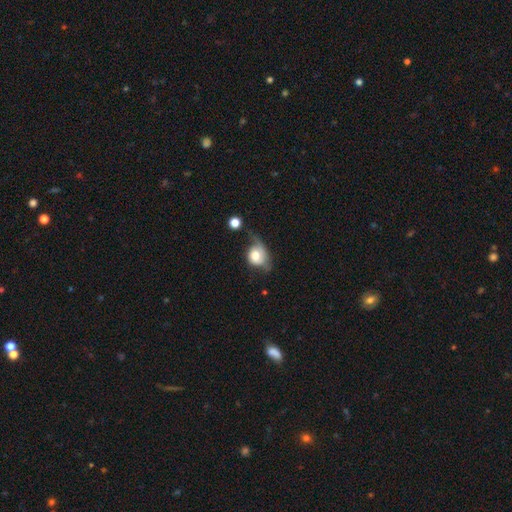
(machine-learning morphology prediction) smooth-or-featured: smooth: 62% | featured or disk: 30% | star or artifact: 8%
  how-rounded: round: 58% | in between: 41% | cigar-shaped: 1%
  merging: major disturbance: 40% | minor disturbance: 28% | none: 22% | merger: 10%